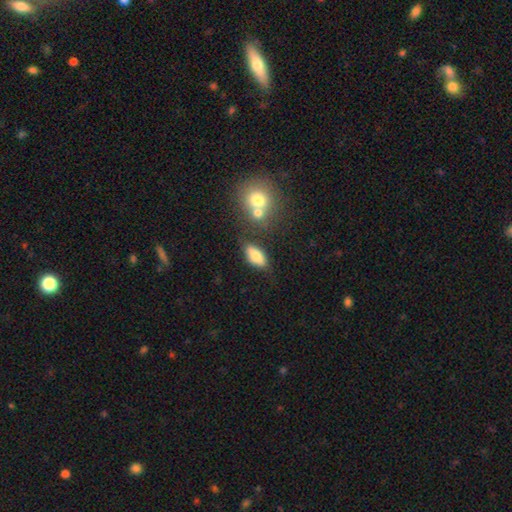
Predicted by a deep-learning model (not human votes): A smooth galaxy with no disk features (79%) that is in between round and cigar-shaped (88%). Merging: none (70%).